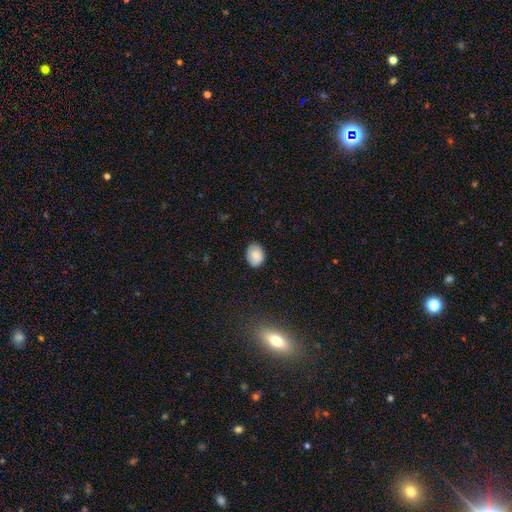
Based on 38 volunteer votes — smooth-or-featured: smooth: 87% | featured or disk: 11% | star or artifact: 3%
  how-rounded: in between: 67% | round: 33% | cigar-shaped: 0%
  merging: none: 81% | minor disturbance: 19% | major disturbance: 0% | merger: 0%